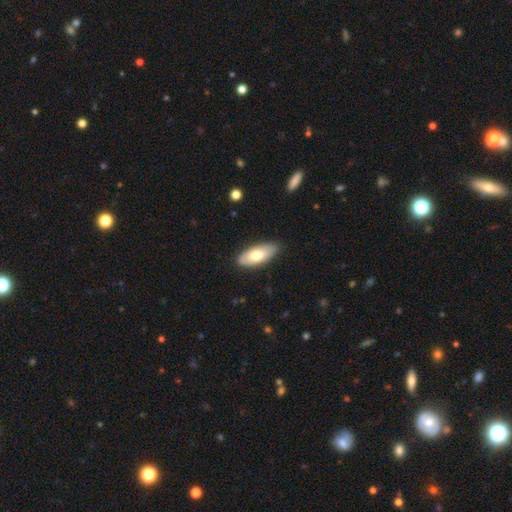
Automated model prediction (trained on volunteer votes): Smooth or featured? smooth (71%)
How rounded? in between (86%)
Merging? none (85%)